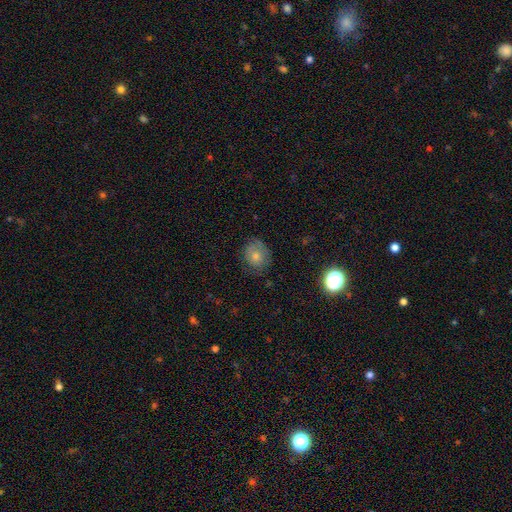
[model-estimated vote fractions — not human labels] Overall: smooth (71%). How rounded: round (69%; in between 30%). Merging: none (70%).